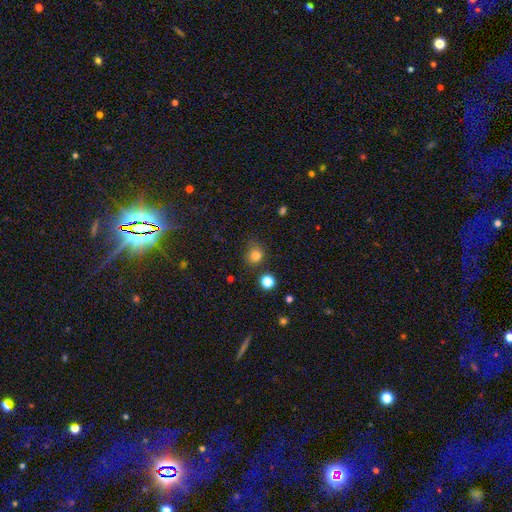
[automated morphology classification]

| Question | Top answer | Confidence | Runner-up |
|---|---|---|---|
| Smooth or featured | smooth | 79% | star or artifact (15%) |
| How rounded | round | 83% | in between (16%) |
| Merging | none | 73% | minor disturbance (17%) |